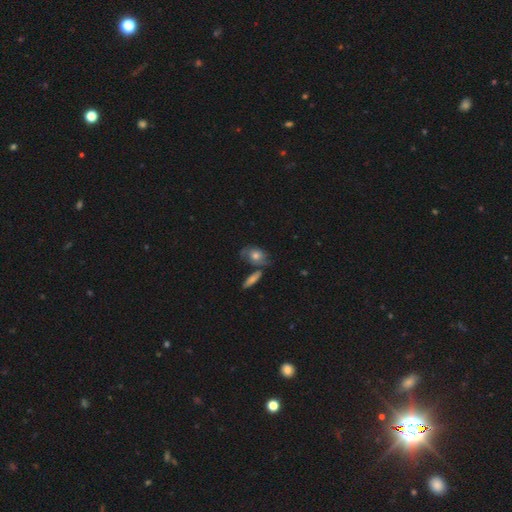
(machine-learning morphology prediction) smooth-or-featured: smooth: 50% | featured or disk: 41% | star or artifact: 9%
  how-rounded: in between: 71% | round: 23% | cigar-shaped: 6%
  merging: none: 51% | minor disturbance: 22% | merger: 16% | major disturbance: 11%